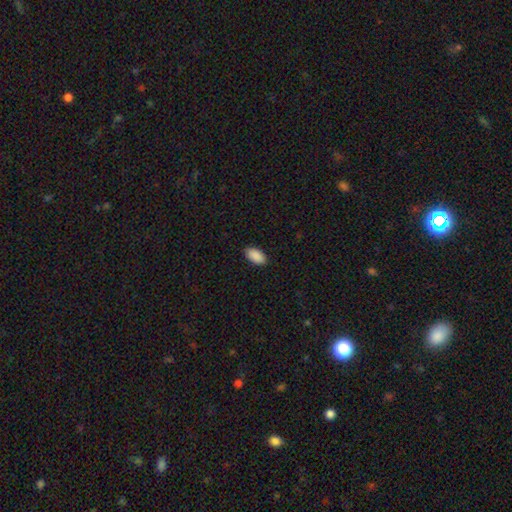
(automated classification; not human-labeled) A smooth galaxy with no disk features (91%) that is in between round and cigar-shaped (95%). Merging: none (89%).